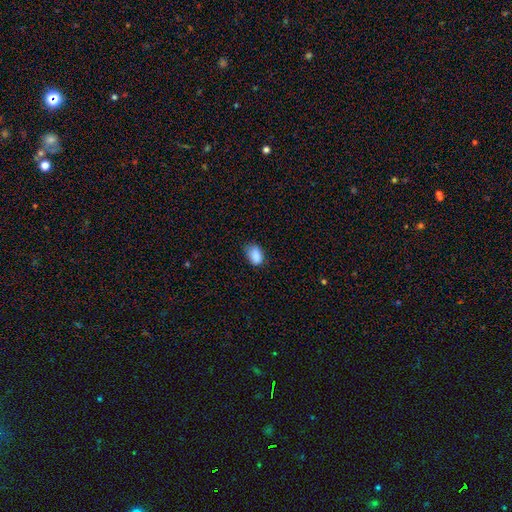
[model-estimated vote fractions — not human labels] This appears to be a smooth galaxy with no disk features (88%) that is in between round and cigar-shaped (86%). Merging: none (66%).